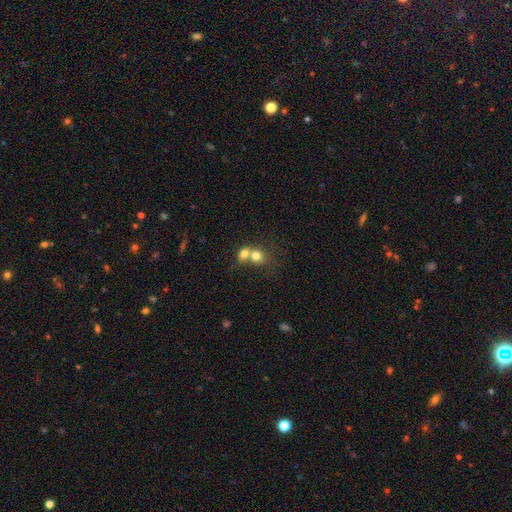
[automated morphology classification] smooth 75%, featured or disk 14%, star or artifact 10%. Down the decision tree: how rounded — round (71%); merging — merger (64%).